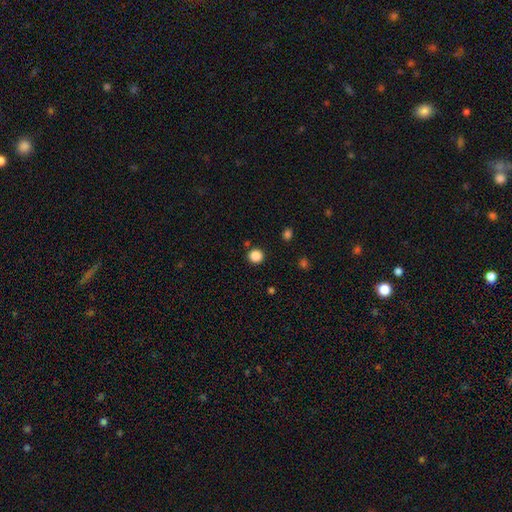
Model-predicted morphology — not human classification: Smooth or featured?
  - smooth: 86% *
  - star or artifact: 11%
  - featured or disk: 3%
How rounded?
  - round: 93% *
  - in between: 6%
  - cigar-shaped: 1%
Merging?
  - none: 89% *
  - minor disturbance: 6%
  - merger: 3%
  - major disturbance: 2%